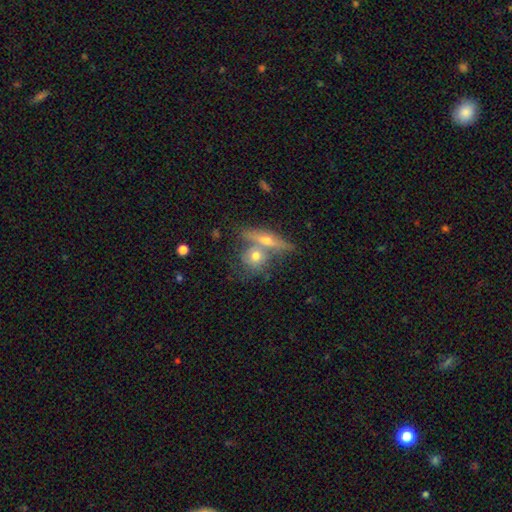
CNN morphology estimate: Q: Smooth or featured?
A: featured or disk (56%); runner-up: smooth (34%)
Q: Edge-on disk?
A: yes (74%); runner-up: no (26%)
Q: Merging?
A: none (53%); runner-up: merger (34%)